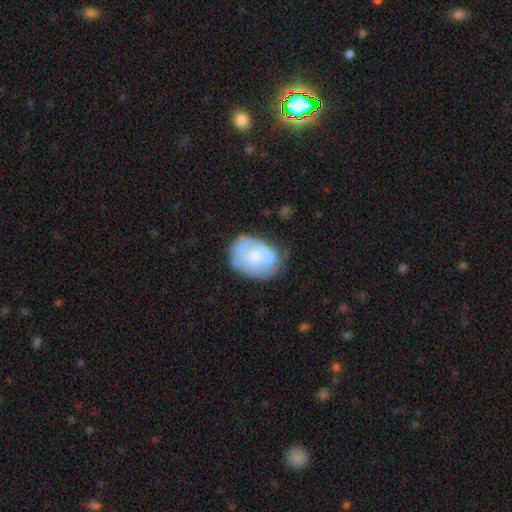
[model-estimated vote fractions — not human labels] Smooth or featured? Predicted: featured or disk (p=0.47). Merging? Predicted: none (p=0.52).